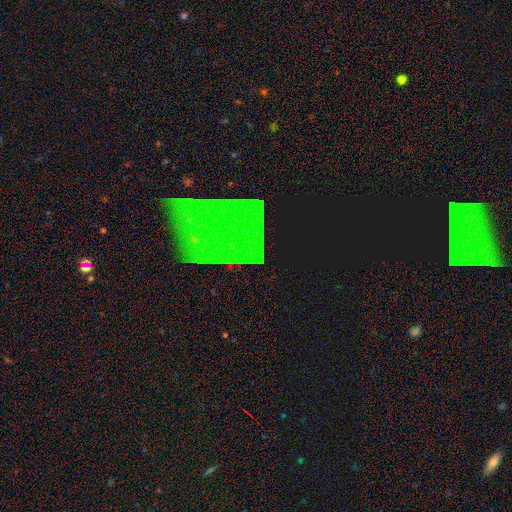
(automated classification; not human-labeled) Smooth or featured?
  - star or artifact: 72% *
  - featured or disk: 15%
  - smooth: 13%